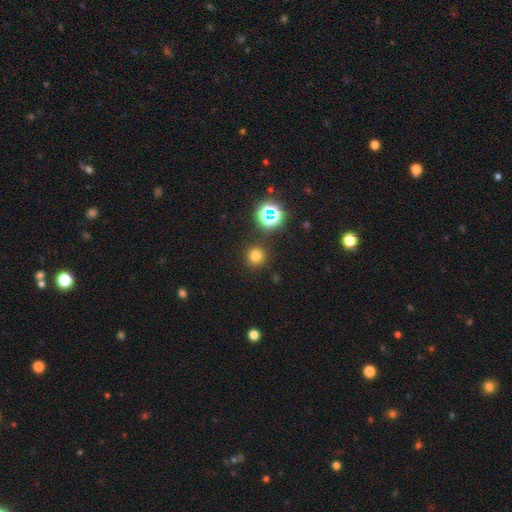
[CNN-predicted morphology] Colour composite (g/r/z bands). It shows a smooth galaxy with no disk features (73%) that is round (94%). Merging: none (89%).